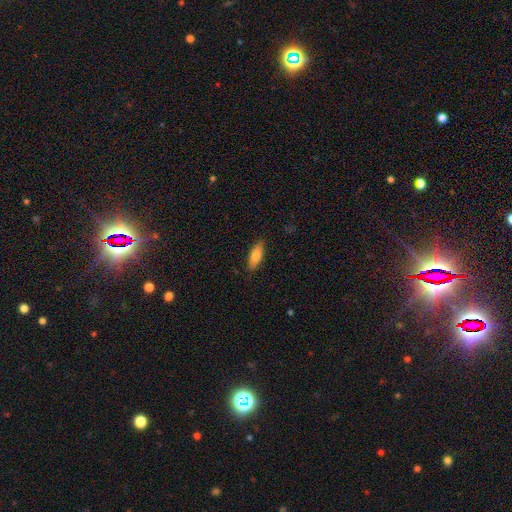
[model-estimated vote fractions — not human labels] This is likely a smooth galaxy (77%). How rounded: likely in between (68%). Merging: clearly none (85%).